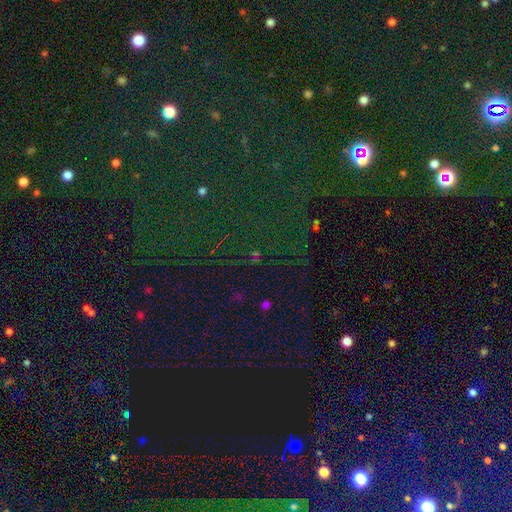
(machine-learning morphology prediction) Smooth or featured: star or artifact — 78% (smooth — 14%)